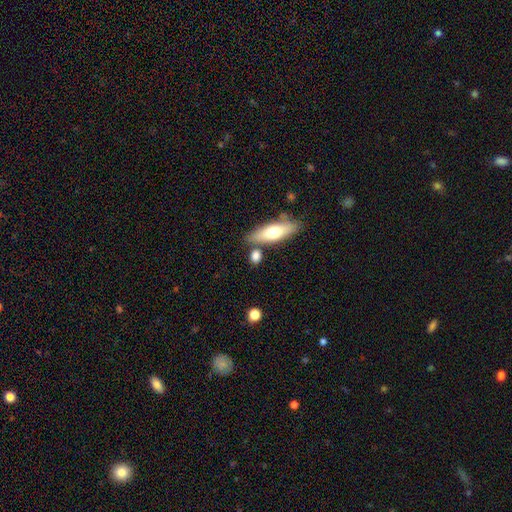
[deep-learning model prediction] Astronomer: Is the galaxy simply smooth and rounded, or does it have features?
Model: smooth — 74%.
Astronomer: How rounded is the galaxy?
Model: in between — 45% (runner-up: round, 31%).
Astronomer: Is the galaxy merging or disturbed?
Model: none — 70%.